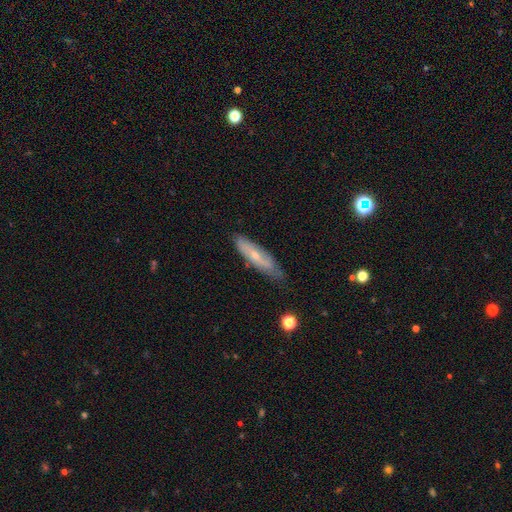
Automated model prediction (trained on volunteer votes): Smooth or featured: featured or disk — 50% (smooth — 43%)
Merging: none — 71% (minor disturbance — 23%)